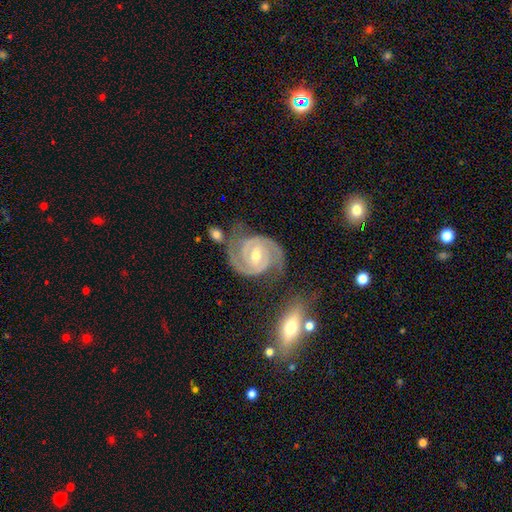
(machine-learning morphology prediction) Smooth or featured: featured or disk — 92% (star or artifact — 4%)
Edge-on disk: no — 98% (yes — 2%)
Bar: weak — 47% (strong — 29%)
Spiral arms: yes — 98% (no — 2%)
Spiral winding: tight — 65% (medium — 31%)
Spiral arm count: 2 — 88% (3 — 6%)
Bulge size: moderate — 62% (small — 34%)
Merging: none — 70% (minor disturbance — 17%)